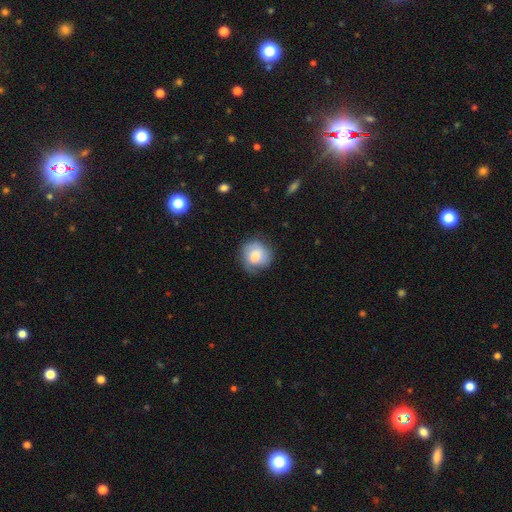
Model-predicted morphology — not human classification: Smooth or featured? Predicted: smooth (p=0.70). How rounded? Predicted: round (p=0.83). Merging? Predicted: none (p=0.67).